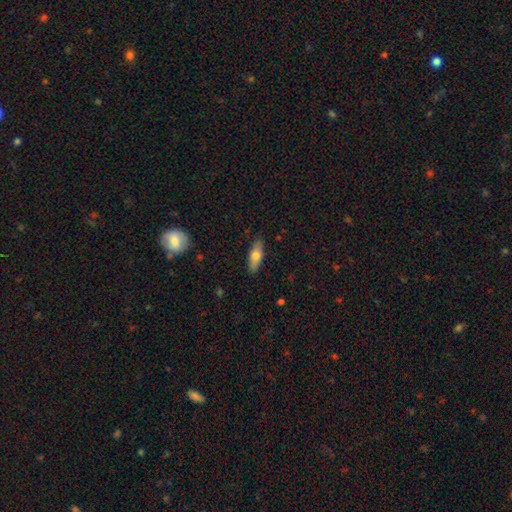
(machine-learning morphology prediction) Q: Smooth or featured?
A: smooth (71%); runner-up: featured or disk (23%)
Q: How rounded?
A: in between (70%); runner-up: cigar-shaped (27%)
Q: Merging?
A: none (88%); runner-up: minor disturbance (10%)